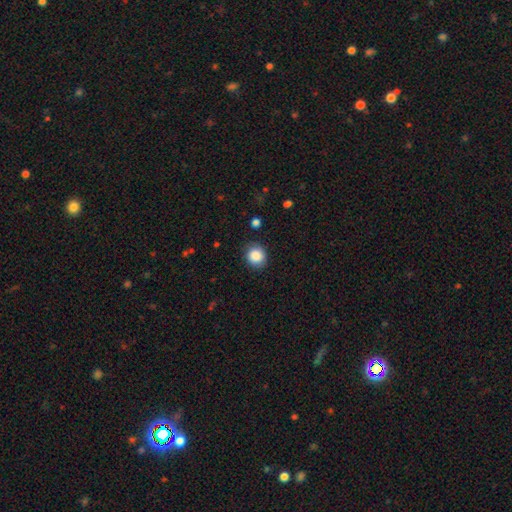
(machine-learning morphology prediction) Overall: smooth (87%). How rounded: round (81%). Merging: none (86%).